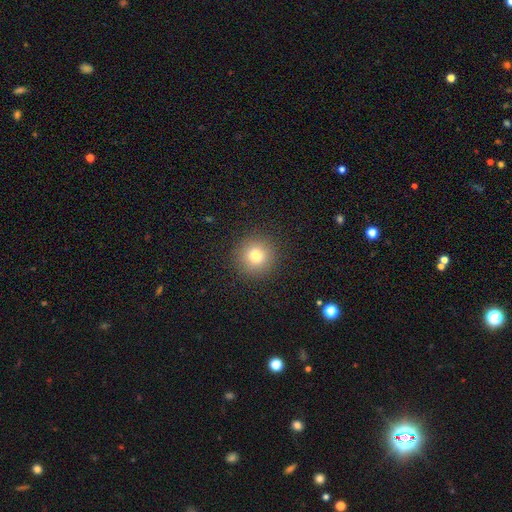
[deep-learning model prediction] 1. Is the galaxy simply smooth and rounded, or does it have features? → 79% smooth, 13% star or artifact, 8% featured or disk.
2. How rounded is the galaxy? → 95% round, 5% in between, 1% cigar-shaped.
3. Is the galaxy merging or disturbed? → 91% none, 6% minor disturbance, 2% major disturbance, 1% merger.